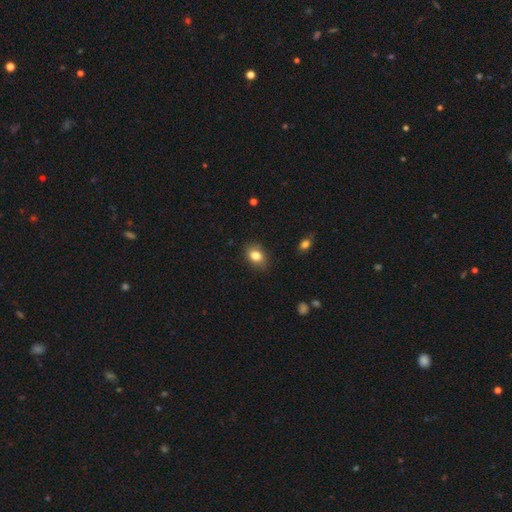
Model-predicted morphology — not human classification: This is clearly a smooth galaxy (82%). How rounded: likely in between (70%). Merging: clearly none (82%).